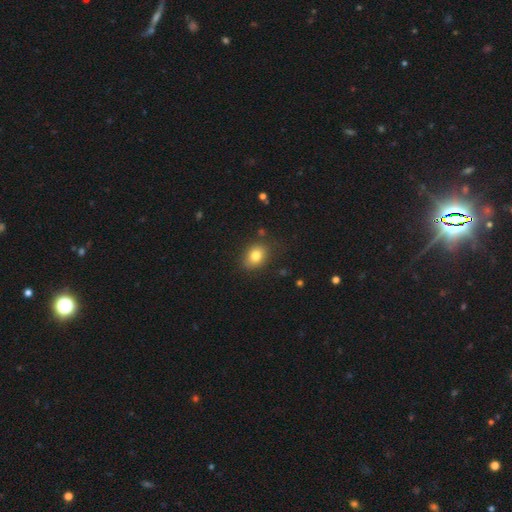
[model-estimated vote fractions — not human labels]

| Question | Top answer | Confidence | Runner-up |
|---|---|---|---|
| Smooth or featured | smooth | 81% | star or artifact (10%) |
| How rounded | in between | 63% | round (35%) |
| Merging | none | 80% | minor disturbance (14%) |